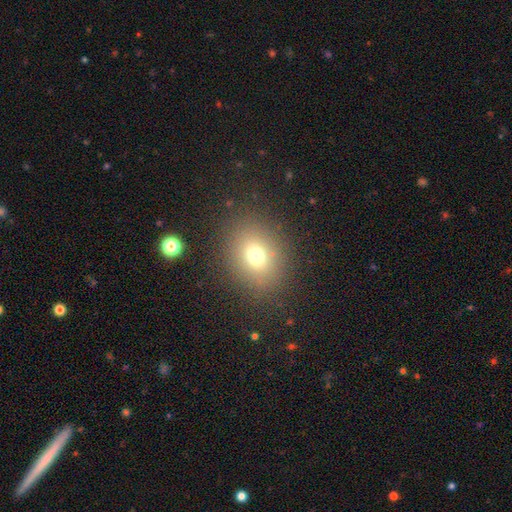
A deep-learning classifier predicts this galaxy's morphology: A smooth galaxy with no disk features (72%) that is round (52%).

Vote fractions:
- Smooth or featured? smooth: 72% / star or artifact: 17% / featured or disk: 12%
- How rounded? round: 52% / in between: 47% / cigar-shaped: 1%
- Merging? none: 84% / minor disturbance: 9% / major disturbance: 5% / merger: 2%